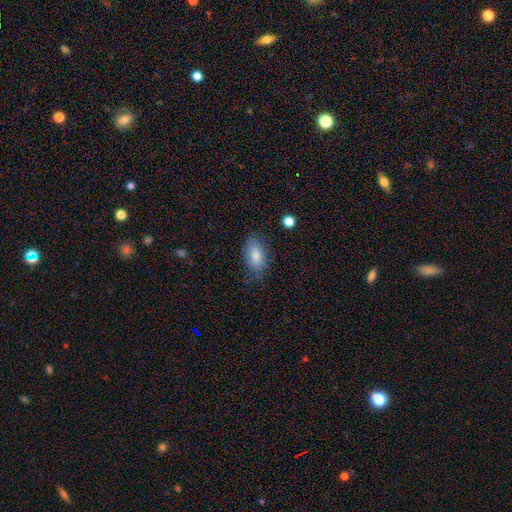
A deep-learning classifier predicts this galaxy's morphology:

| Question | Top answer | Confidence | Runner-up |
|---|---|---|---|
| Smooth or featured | smooth | 82% | featured or disk (10%) |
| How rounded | in between | 91% | round (5%) |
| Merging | none | 75% | minor disturbance (19%) |